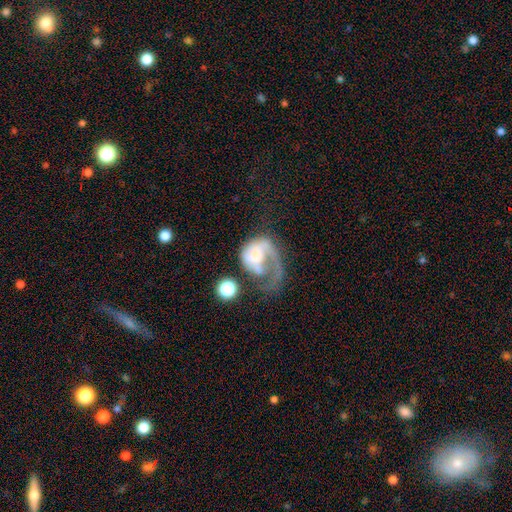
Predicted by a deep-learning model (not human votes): A featured or disk galaxy (63%) with no bar (72%), spiral arms (68%) and no central bulge (34%). Merging: major disturbance (55%).